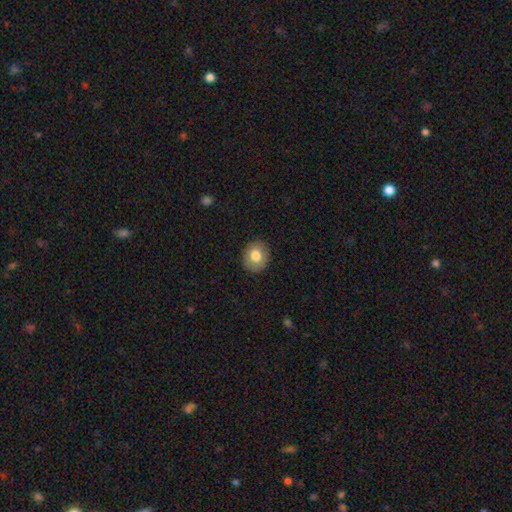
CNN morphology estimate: smooth-or-featured: smooth: 78% | featured or disk: 14% | star or artifact: 8%
  how-rounded: round: 71% | in between: 28% | cigar-shaped: 1%
  merging: none: 88% | minor disturbance: 9% | major disturbance: 2% | merger: 1%